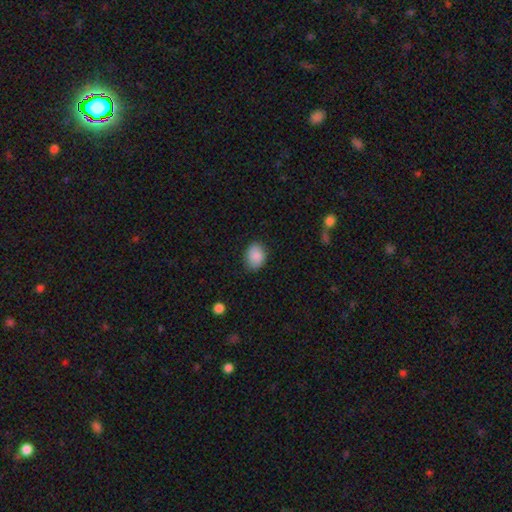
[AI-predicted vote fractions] smooth_or_featured: smooth (p=0.87) [alt: star or artifact p=0.07]
how_rounded: in between (p=0.59) [alt: round p=0.40]
merging: none (p=0.81) [alt: minor disturbance p=0.15]